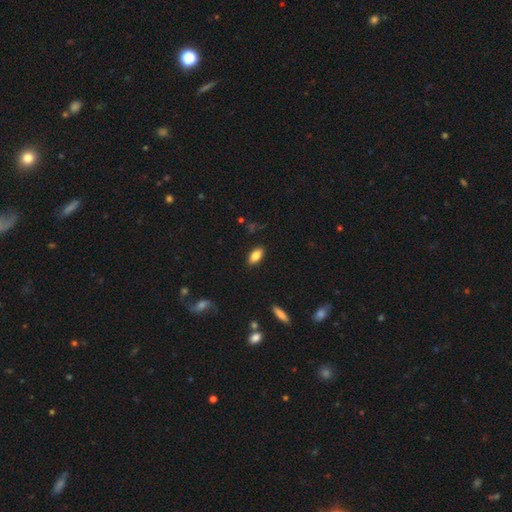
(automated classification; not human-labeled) A smooth galaxy with no disk features (83%) that is in between round and cigar-shaped (89%). Merging: none (87%).